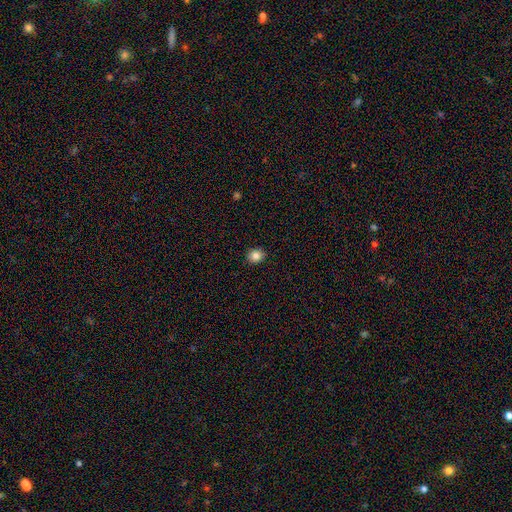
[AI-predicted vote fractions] Smooth or featured? Predicted: smooth (p=0.85). How rounded? Predicted: round (p=0.75). Merging? Predicted: none (p=0.91).